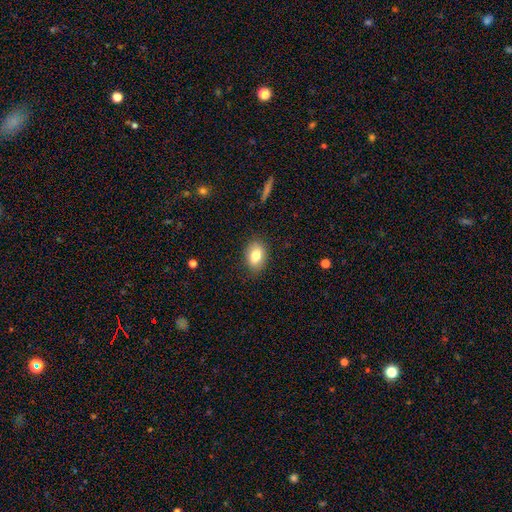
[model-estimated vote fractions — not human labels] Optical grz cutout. It shows a smooth galaxy with no disk features (81%) that is in between round and cigar-shaped (84%). Merging: none (85%).